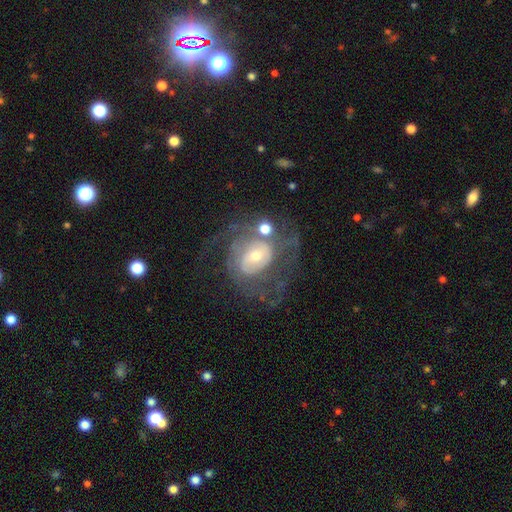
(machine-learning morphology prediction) This appears to be a featured or disk galaxy (77%) with no bar (58%), tight (47%) spiral arms (80%) and a small central bulge (46%). Merging: none (47%).